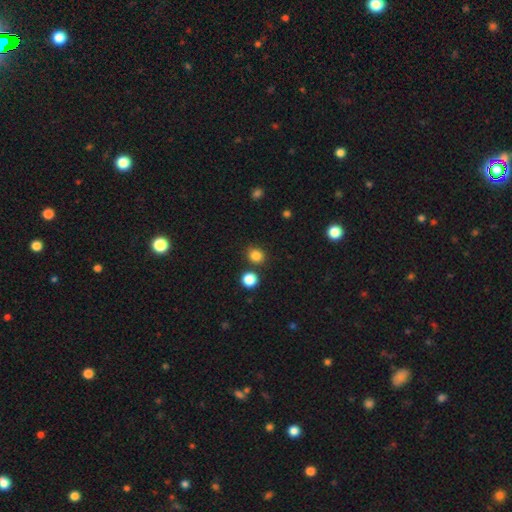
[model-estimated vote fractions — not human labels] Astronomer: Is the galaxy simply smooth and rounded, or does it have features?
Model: smooth — 83%.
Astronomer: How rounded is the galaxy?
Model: round — 76%.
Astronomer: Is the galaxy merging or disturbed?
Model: none — 80%.